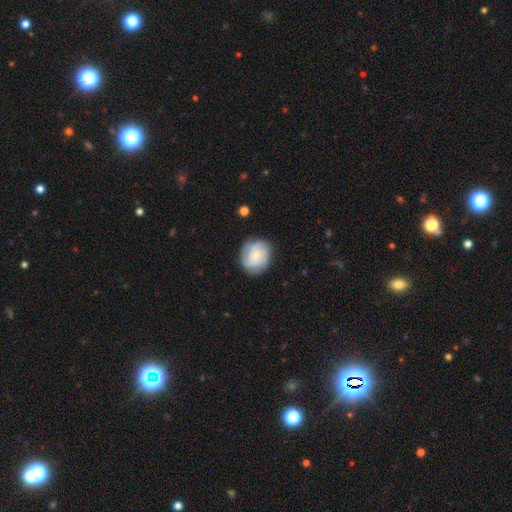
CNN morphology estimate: smooth_or_featured: featured or disk (p=0.50) [alt: smooth p=0.43]
merging: none (p=0.78) [alt: minor disturbance p=0.16]